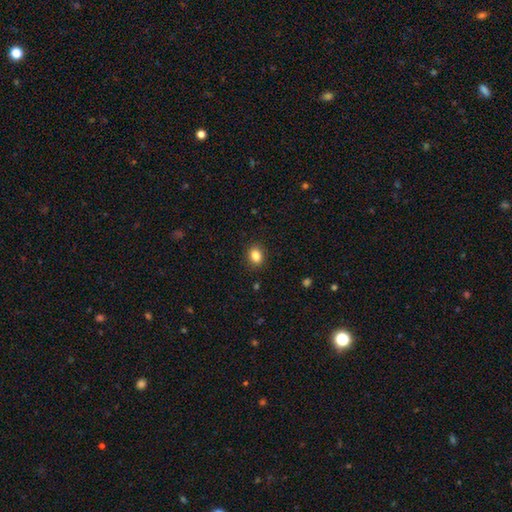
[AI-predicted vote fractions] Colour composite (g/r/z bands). It shows a smooth galaxy with no disk features (86%) that is in between round and cigar-shaped (55%). Merging: none (89%).